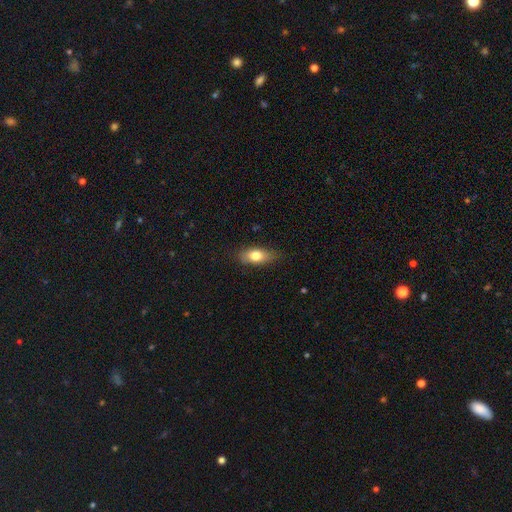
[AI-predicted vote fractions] smooth-or-featured: smooth: 74% | featured or disk: 19% | star or artifact: 7%
  how-rounded: in between: 79% | cigar-shaped: 15% | round: 6%
  merging: none: 76% | minor disturbance: 19% | major disturbance: 4% | merger: 1%